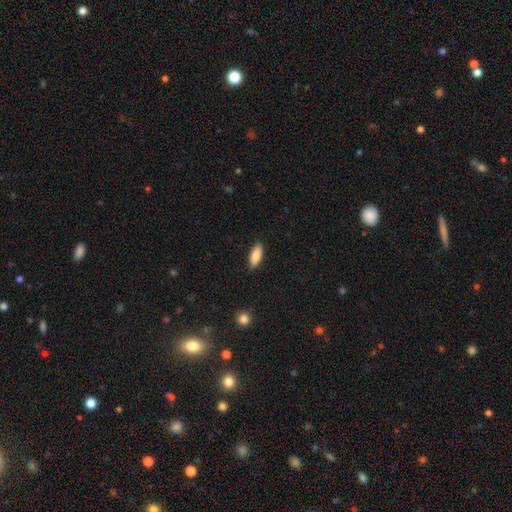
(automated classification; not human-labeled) smooth_or_featured: smooth (p=0.86) [alt: featured or disk p=0.08]
how_rounded: in between (p=0.74) [alt: cigar-shaped p=0.24]
merging: none (p=0.88) [alt: minor disturbance p=0.09]